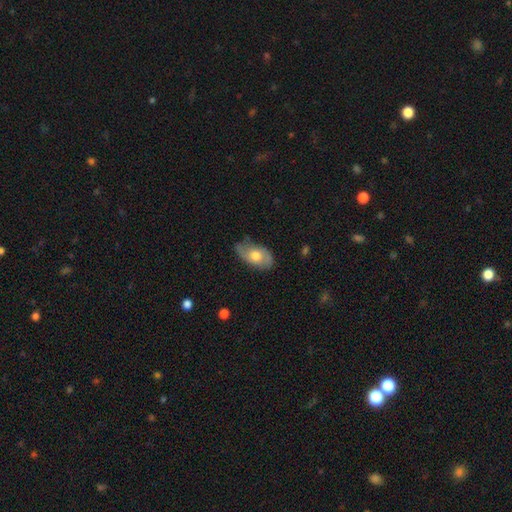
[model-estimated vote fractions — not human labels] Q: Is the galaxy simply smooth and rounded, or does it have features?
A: smooth — 54%.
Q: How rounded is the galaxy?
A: in between — 90%.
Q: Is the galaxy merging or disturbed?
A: none — 66%.